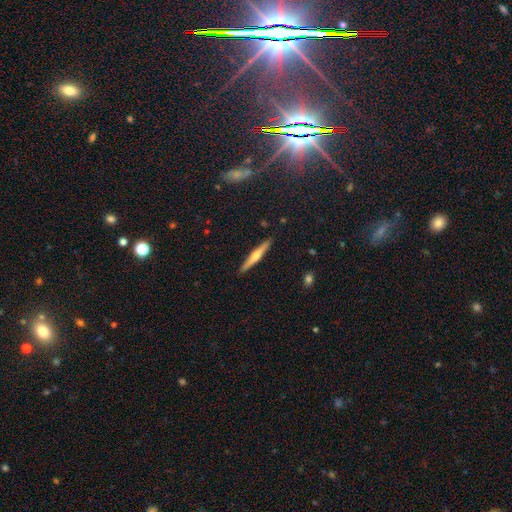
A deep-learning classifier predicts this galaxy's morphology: Q: Smooth or featured?
A: featured or disk (55%); runner-up: smooth (39%)
Q: Edge-on disk?
A: yes (97%); runner-up: no (3%)
Q: Edge-on bulge?
A: rounded (81%); runner-up: none (13%)
Q: Merging?
A: none (91%); runner-up: minor disturbance (7%)